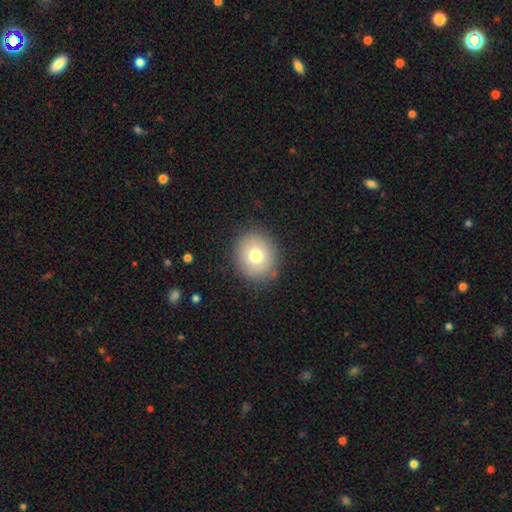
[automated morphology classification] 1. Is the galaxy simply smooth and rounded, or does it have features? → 75% smooth, 14% featured or disk, 11% star or artifact.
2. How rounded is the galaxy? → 78% round, 21% in between, 1% cigar-shaped.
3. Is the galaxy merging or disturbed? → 87% none, 9% minor disturbance, 3% major disturbance, 1% merger.